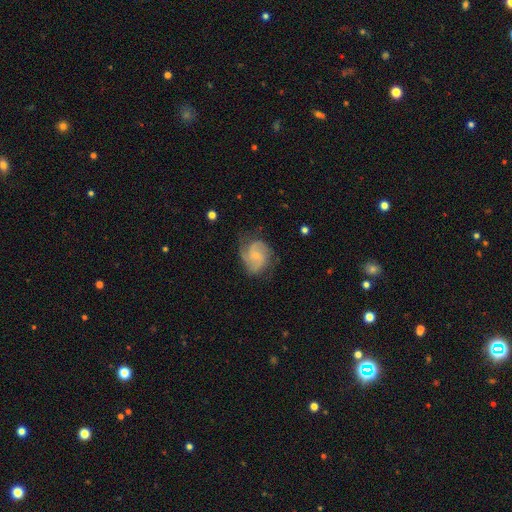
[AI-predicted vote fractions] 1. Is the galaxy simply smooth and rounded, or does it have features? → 77% featured or disk, 17% smooth, 6% star or artifact.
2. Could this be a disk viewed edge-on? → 98% no, 2% yes.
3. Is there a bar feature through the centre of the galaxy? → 61% no, 34% weak, 5% strong.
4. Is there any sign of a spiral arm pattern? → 95% yes, 5% no.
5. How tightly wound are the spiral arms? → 48% medium, 34% tight, 18% loose.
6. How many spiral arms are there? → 48% 2, 27% 3, 14% can't tell, 5% 1, 4% 4, 3% more than 4.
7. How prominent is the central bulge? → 69% small, 21% moderate, 8% none, 1% large, 1% dominant.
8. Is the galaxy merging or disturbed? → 64% none, 24% minor disturbance, 11% major disturbance, 1% merger.